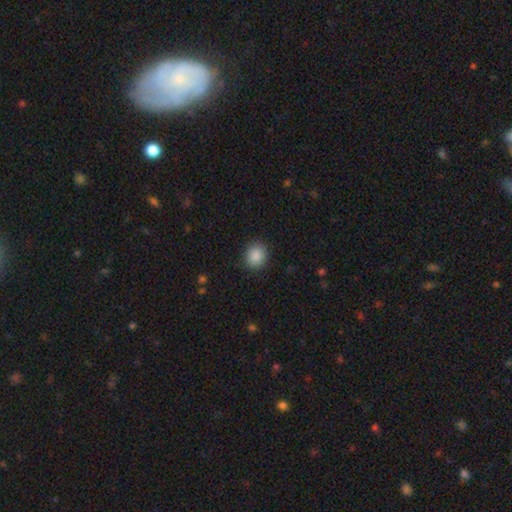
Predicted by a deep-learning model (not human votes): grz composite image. It shows a smooth galaxy with no disk features (89%) that is round (75%). Merging: none (89%).